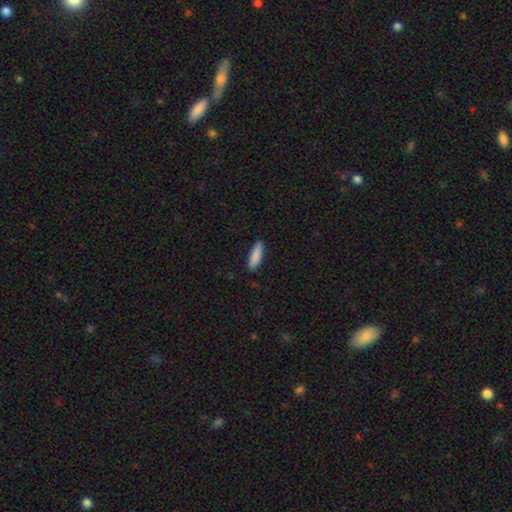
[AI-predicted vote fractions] This is clearly a smooth galaxy (87%). How rounded: likely cigar-shaped (69%). Merging: clearly none (88%).